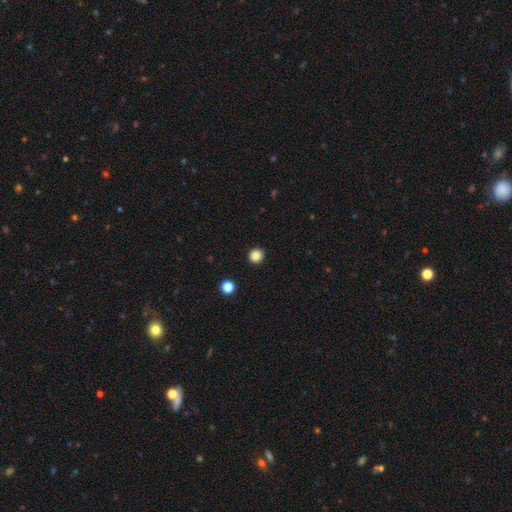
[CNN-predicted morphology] smooth-or-featured: smooth: 86% | star or artifact: 11% | featured or disk: 3%
  how-rounded: round: 92% | in between: 7% | cigar-shaped: 1%
  merging: none: 93% | minor disturbance: 4% | major disturbance: 2% | merger: 1%